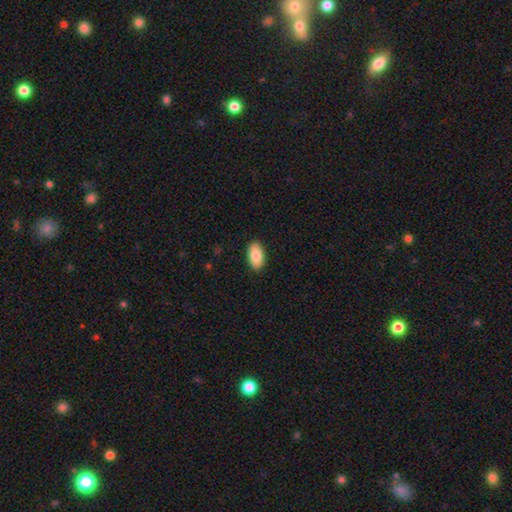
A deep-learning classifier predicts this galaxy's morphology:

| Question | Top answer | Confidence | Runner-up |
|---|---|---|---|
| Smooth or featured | smooth | 86% | featured or disk (7%) |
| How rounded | in between | 94% | cigar-shaped (3%) |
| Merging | none | 89% | minor disturbance (8%) |